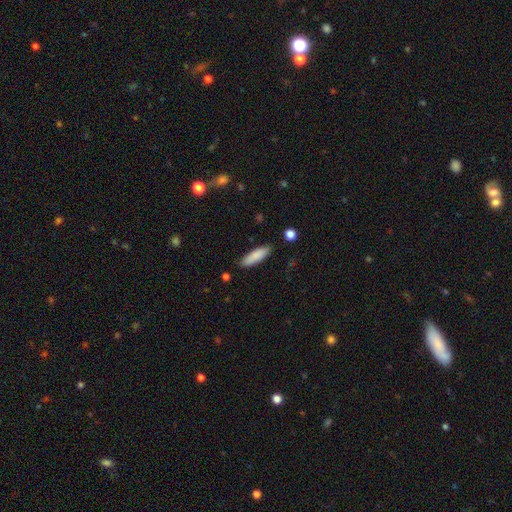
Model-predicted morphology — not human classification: smooth-or-featured: smooth: 86% | featured or disk: 8% | star or artifact: 6%
  how-rounded: cigar-shaped: 57% | in between: 42% | round: 2%
  merging: none: 87% | minor disturbance: 9% | major disturbance: 2% | merger: 2%